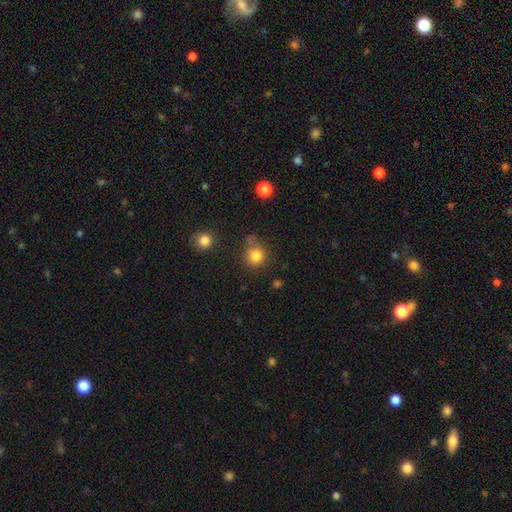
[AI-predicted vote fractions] Morphology: type=smooth (83%); roundness=round (91%); merging=none (70%).